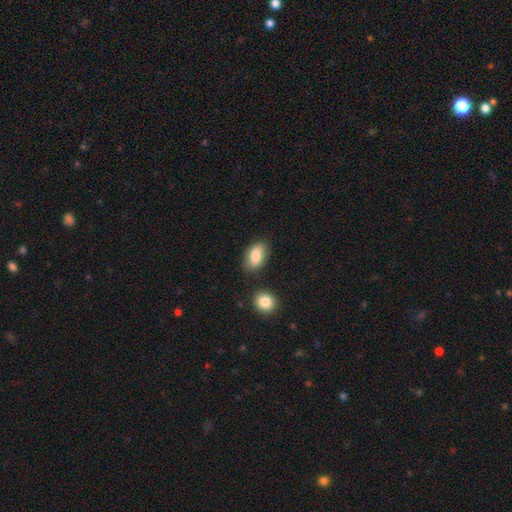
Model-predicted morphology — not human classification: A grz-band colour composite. It shows a smooth galaxy with no disk features (83%) that is in between round and cigar-shaped (91%). Merging: none (79%).